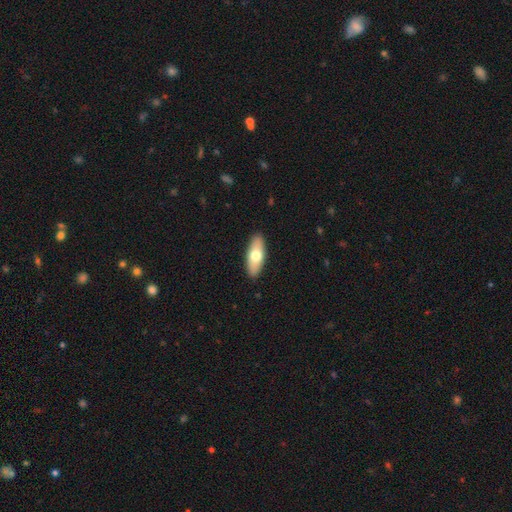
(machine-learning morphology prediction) Smooth or featured? Predicted: smooth (p=0.66). How rounded? Predicted: in between (p=0.72). Merging? Predicted: none (p=0.90).